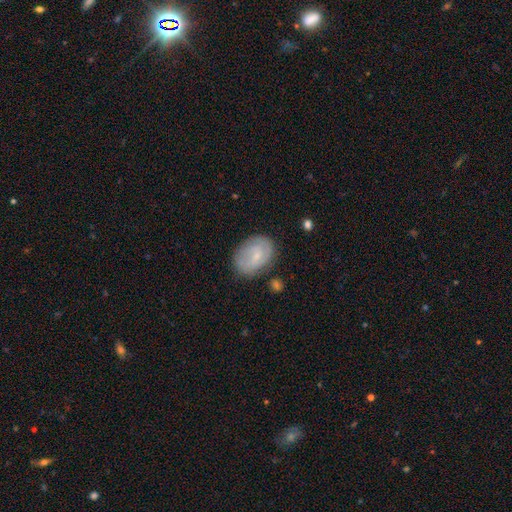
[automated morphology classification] A featured or disk galaxy (52%) with a weak bar (47%), spiral arms (80%) and a small central bulge (72%).

Vote fractions:
- Smooth or featured? featured or disk: 52% / smooth: 41% / star or artifact: 7%
- Edge-on disk? no: 97% / yes: 3%
- Bar? weak: 47% / no: 44% / strong: 9%
- Spiral arms? yes: 80% / no: 20%
- Bulge size? small: 72% / moderate: 18% / none: 9% / large: 1% / dominant: 1%
- Merging? none: 74% / minor disturbance: 18% / major disturbance: 5% / merger: 3%